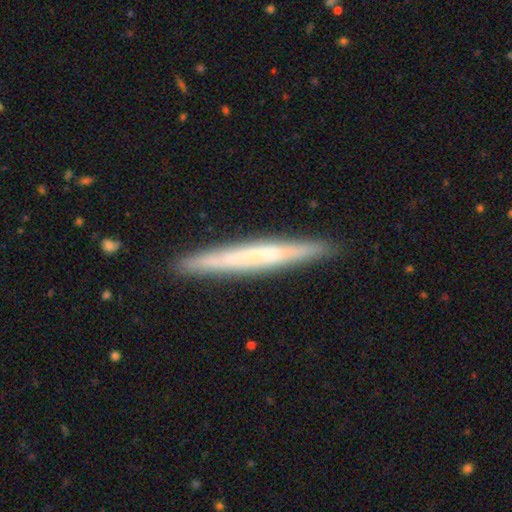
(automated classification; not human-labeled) Smooth or featured?
  - featured or disk: 49% *
  - smooth: 45%
  - star or artifact: 6%
Merging?
  - none: 91% *
  - minor disturbance: 7%
  - major disturbance: 1%
  - merger: 1%